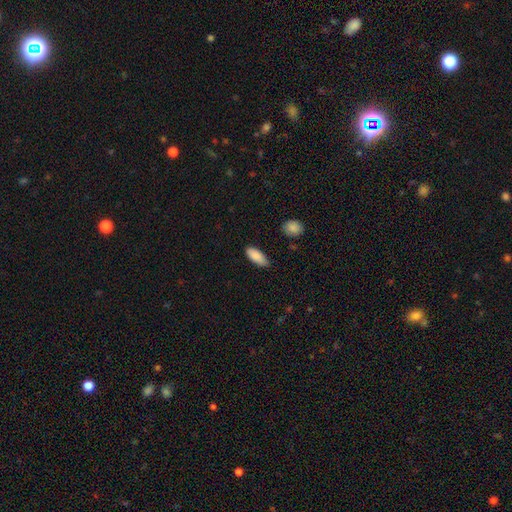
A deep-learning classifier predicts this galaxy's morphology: Smooth or featured? Predicted: smooth (p=0.88). How rounded? Predicted: in between (p=0.81). Merging? Predicted: none (p=0.79).